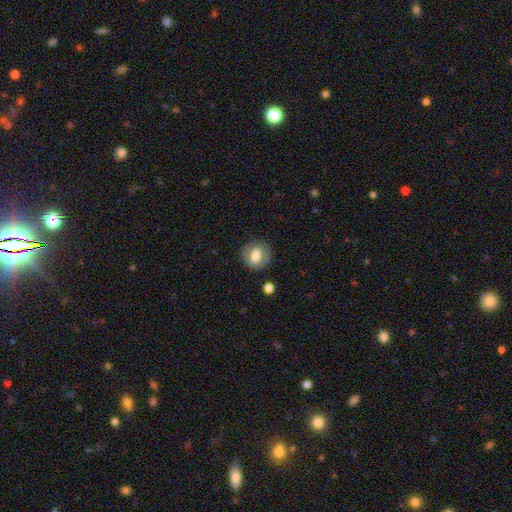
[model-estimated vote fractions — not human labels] Q: Smooth or featured?
A: smooth (64%); runner-up: featured or disk (29%)
Q: How rounded?
A: round (77%); runner-up: in between (22%)
Q: Merging?
A: none (83%); runner-up: minor disturbance (11%)